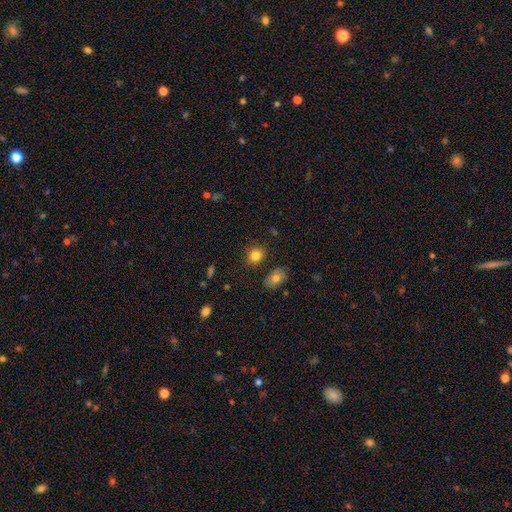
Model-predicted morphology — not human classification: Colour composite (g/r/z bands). It shows a smooth galaxy with no disk features (83%) that is round (67%). Merging: none (82%).